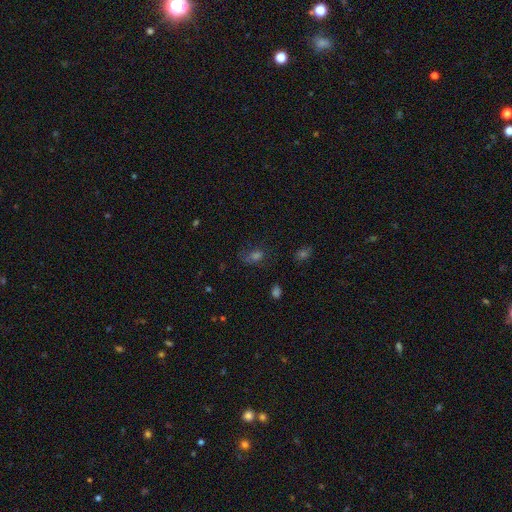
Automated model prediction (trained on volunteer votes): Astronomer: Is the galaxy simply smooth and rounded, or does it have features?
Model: smooth — 47% (runner-up: star or artifact, 36%).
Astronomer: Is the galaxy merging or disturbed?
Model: none — 59%.